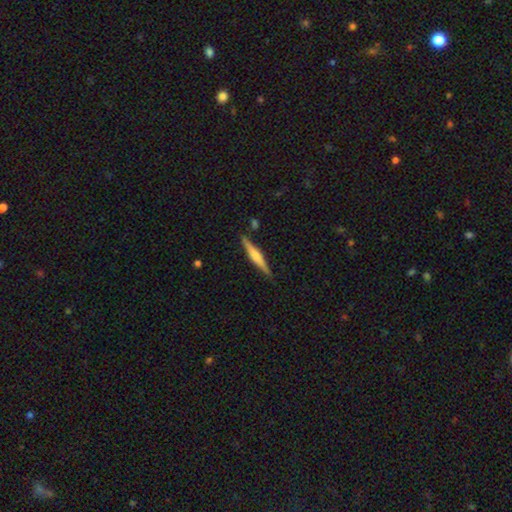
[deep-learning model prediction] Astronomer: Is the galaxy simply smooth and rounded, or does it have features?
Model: featured or disk — 63%.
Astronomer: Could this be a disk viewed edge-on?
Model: yes — 98%.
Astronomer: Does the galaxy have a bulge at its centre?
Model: rounded — 66%.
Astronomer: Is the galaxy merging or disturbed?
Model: none — 87%.